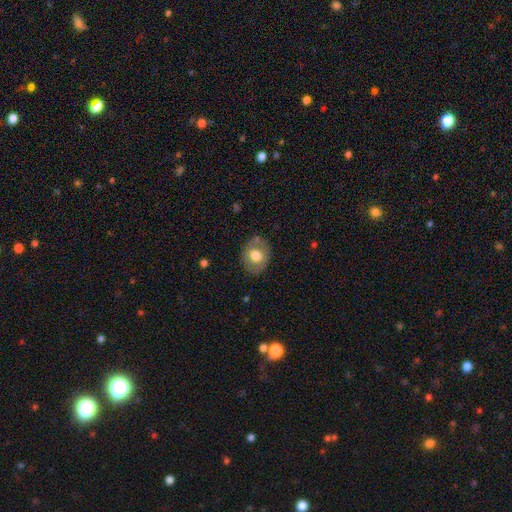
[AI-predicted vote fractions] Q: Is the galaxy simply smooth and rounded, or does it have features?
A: smooth — 66%.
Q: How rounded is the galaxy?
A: round — 58%.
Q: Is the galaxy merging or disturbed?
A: none — 78%.